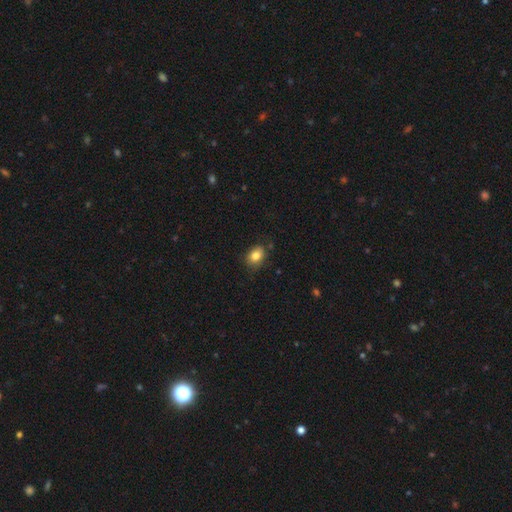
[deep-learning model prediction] This is clearly a smooth galaxy (83%). How rounded: likely in between (63%). Merging: likely none (77%).